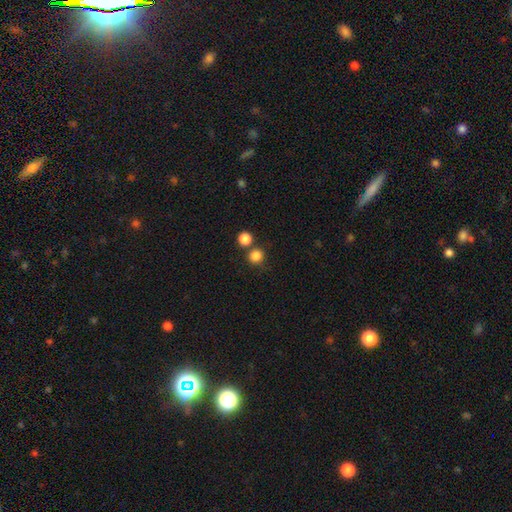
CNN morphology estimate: type=smooth (83%); roundness=round (90%); merging=none (72%).